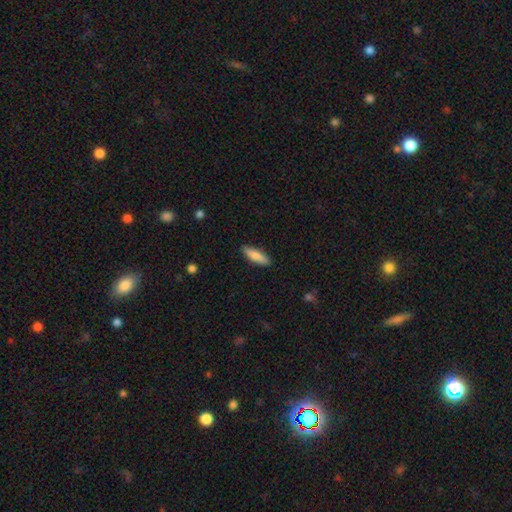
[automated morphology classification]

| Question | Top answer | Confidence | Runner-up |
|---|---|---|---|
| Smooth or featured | smooth | 81% | featured or disk (13%) |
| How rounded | cigar-shaped | 60% | in between (38%) |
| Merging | none | 89% | minor disturbance (8%) |